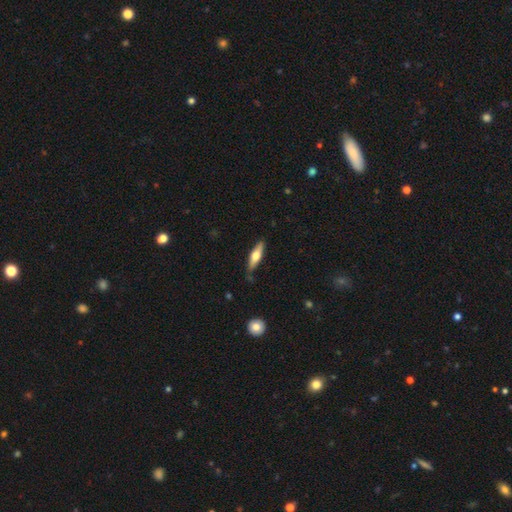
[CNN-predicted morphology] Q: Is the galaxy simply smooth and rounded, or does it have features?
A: smooth — 51%.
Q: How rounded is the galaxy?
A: cigar-shaped — 64%.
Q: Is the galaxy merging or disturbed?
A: none — 83%.